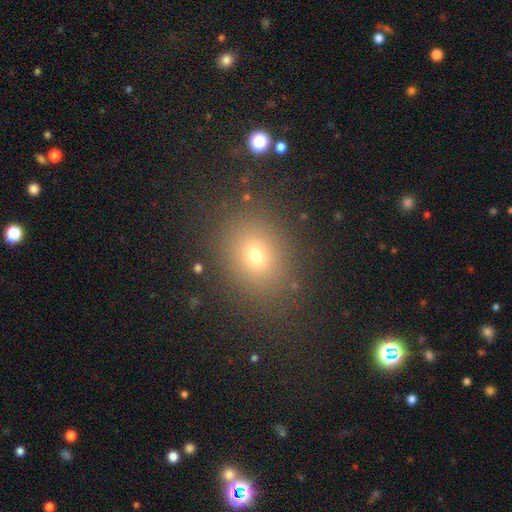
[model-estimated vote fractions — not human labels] Morphology: type=smooth (67%); roundness=round (55%); merging=none (85%).